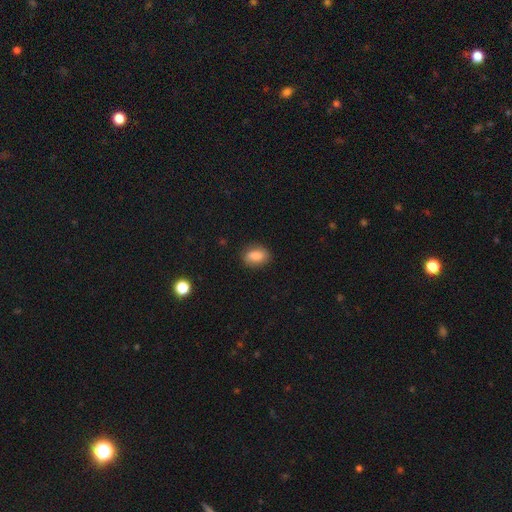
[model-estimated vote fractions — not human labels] This is clearly a smooth galaxy (82%). How rounded: likely in between (79%). Merging: clearly none (84%).